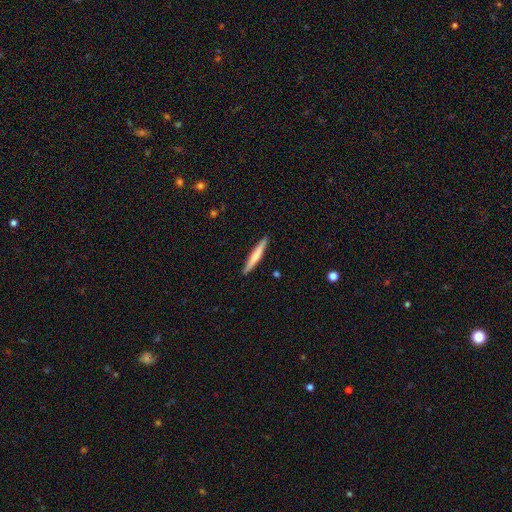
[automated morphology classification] smooth_or_featured: smooth (p=0.64) [alt: featured or disk p=0.31]
how_rounded: cigar-shaped (p=0.95) [alt: in between p=0.04]
merging: none (p=0.91) [alt: minor disturbance p=0.07]